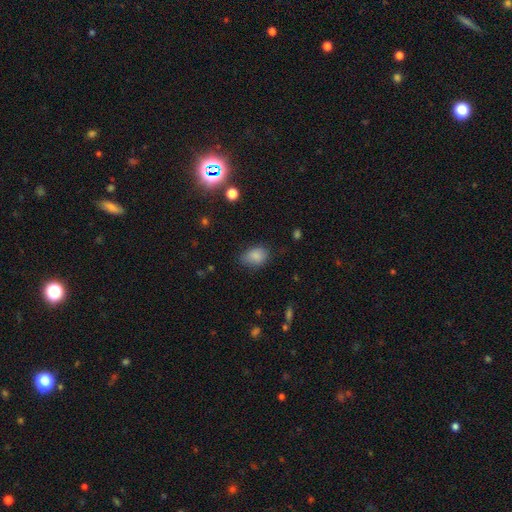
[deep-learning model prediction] Smooth or featured?
  - smooth: 85% *
  - star or artifact: 9%
  - featured or disk: 6%
How rounded?
  - in between: 78% *
  - round: 21%
  - cigar-shaped: 1%
Merging?
  - none: 70% *
  - minor disturbance: 23%
  - major disturbance: 6%
  - merger: 1%